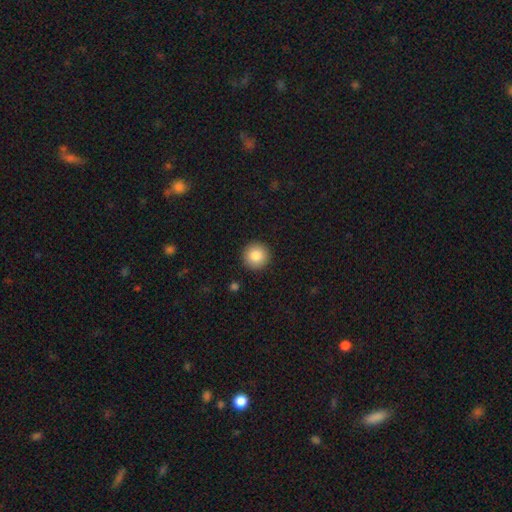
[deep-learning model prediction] This is clearly a smooth galaxy (85%). How rounded: clearly round (96%). Merging: clearly none (93%).